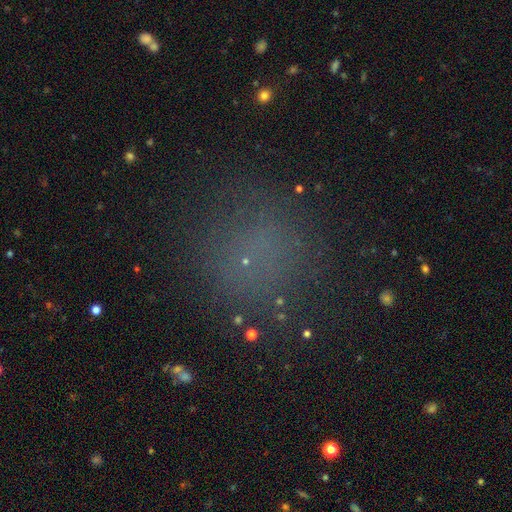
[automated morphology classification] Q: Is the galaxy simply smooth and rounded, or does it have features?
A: smooth — 58%.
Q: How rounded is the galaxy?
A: round — 91%.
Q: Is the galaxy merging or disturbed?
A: none — 82%.